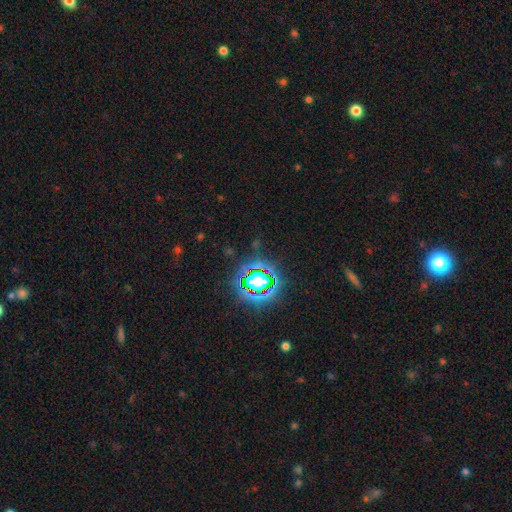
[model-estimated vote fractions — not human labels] The model was most divided on "smooth or featured": star or artifact: 78%, smooth: 14%, featured or disk: 8%.